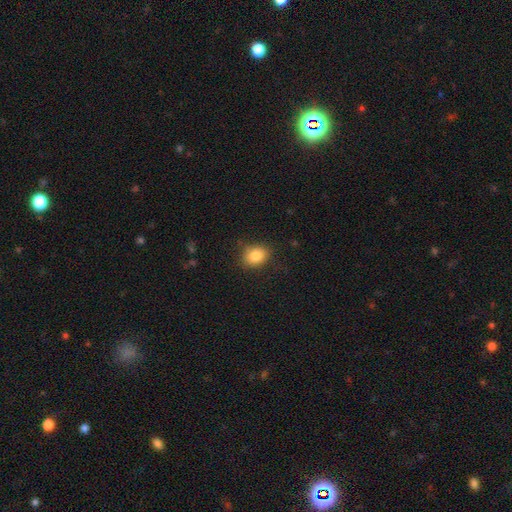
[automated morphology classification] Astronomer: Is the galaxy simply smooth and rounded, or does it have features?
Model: smooth — 84%.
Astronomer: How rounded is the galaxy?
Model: in between — 56% (runner-up: round, 43%).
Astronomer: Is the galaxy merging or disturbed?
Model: none — 81%.